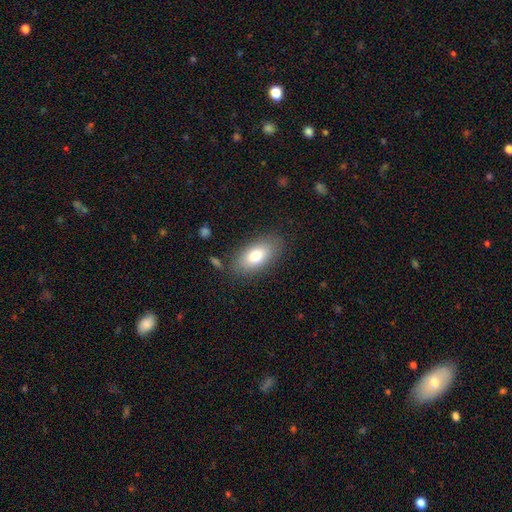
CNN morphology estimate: The model was most divided on "smooth or featured": smooth: 79%, featured or disk: 14%, star or artifact: 7%. More confident: how rounded — in between (90%); merging — none (81%).